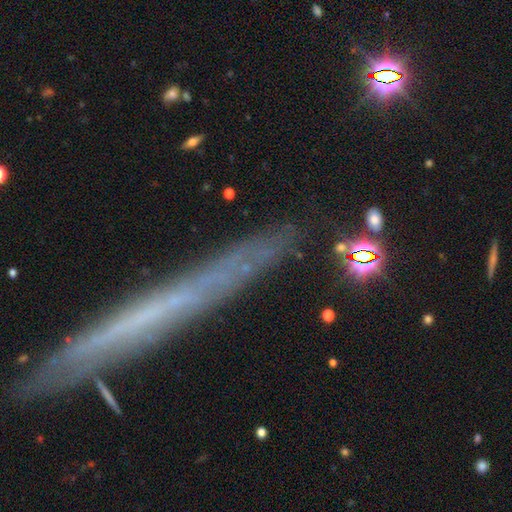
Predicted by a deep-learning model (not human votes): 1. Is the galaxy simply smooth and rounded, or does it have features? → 54% featured or disk, 31% smooth, 14% star or artifact.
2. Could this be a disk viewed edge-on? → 89% yes, 11% no.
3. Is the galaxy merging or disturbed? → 85% none, 10% minor disturbance, 2% major disturbance, 2% merger.